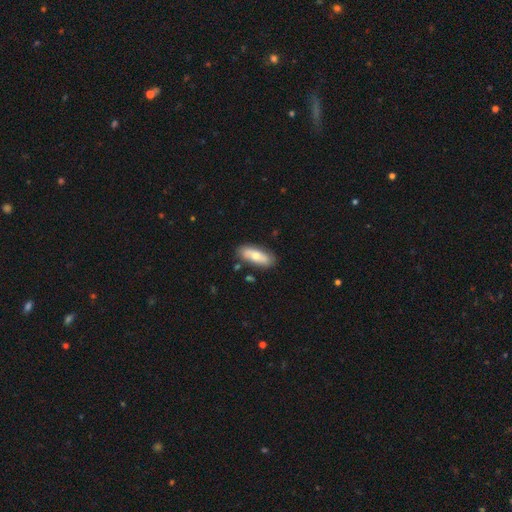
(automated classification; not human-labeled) smooth-or-featured: smooth: 64% | featured or disk: 30% | star or artifact: 6%
  how-rounded: in between: 72% | cigar-shaped: 26% | round: 2%
  merging: none: 82% | minor disturbance: 12% | merger: 3% | major disturbance: 3%